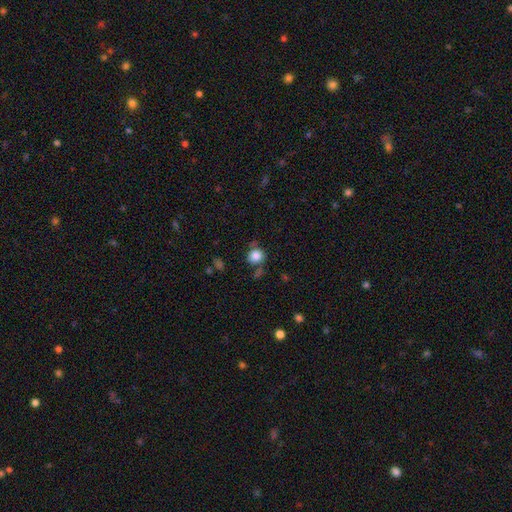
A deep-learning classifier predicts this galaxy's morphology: Smooth or featured? Predicted: smooth (p=0.84). How rounded? Predicted: round (p=0.88). Merging? Predicted: none (p=0.70).